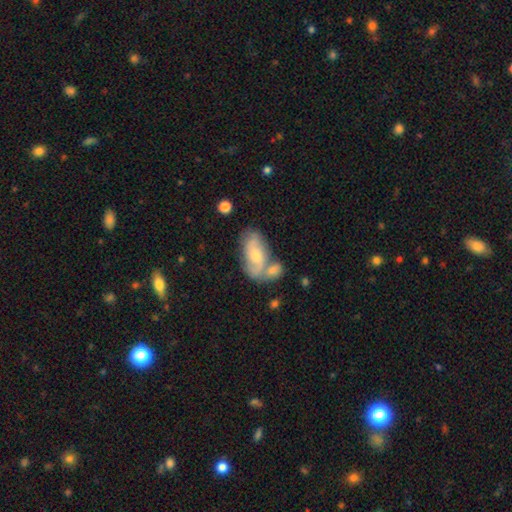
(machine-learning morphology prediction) The model was most divided on "smooth or featured": featured or disk: 51%, smooth: 41%, star or artifact: 7%. Remaining: edge-on disk — no (91%); merging — none (43%).